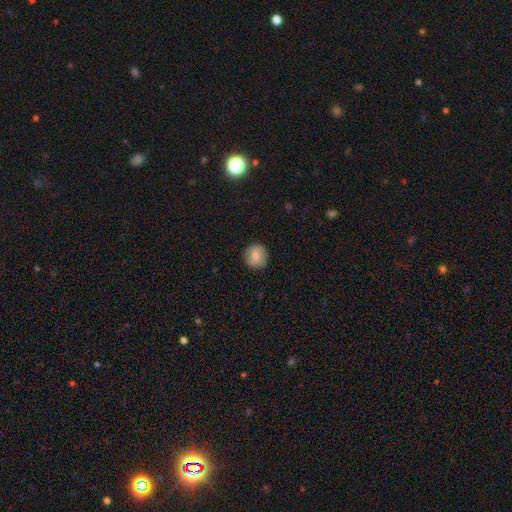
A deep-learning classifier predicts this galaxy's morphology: Smooth or featured: smooth — 74% (featured or disk — 17%)
How rounded: round — 92% (in between — 7%)
Merging: none — 88% (minor disturbance — 9%)